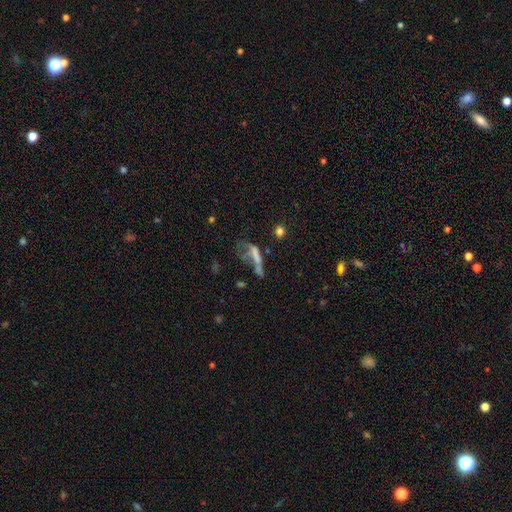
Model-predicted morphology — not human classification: The model was most divided on "smooth or featured": smooth: 44%, featured or disk: 39%, star or artifact: 16%. Remaining: merging — major disturbance (42%).